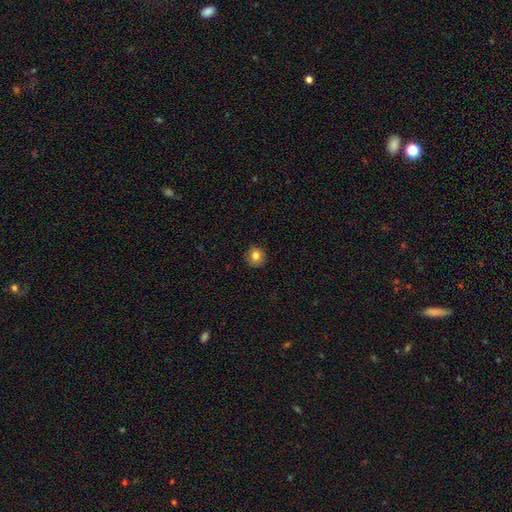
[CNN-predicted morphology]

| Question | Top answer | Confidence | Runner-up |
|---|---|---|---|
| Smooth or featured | smooth | 82% | star or artifact (10%) |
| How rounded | round | 92% | in between (7%) |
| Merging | none | 89% | minor disturbance (8%) |